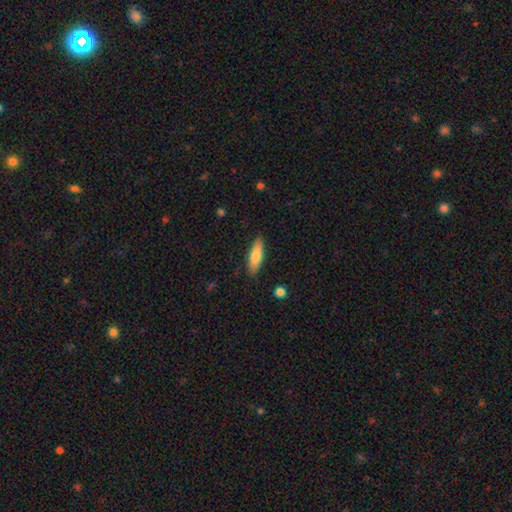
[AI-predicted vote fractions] This is likely a smooth galaxy (76%). How rounded: possibly in between (52%). Merging: clearly none (87%).